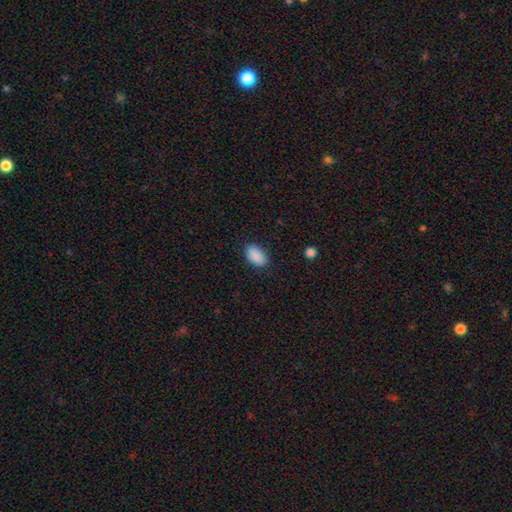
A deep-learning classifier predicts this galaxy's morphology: Smooth or featured: smooth — 90% (star or artifact — 7%)
How rounded: in between — 92% (round — 7%)
Merging: none — 85% (minor disturbance — 11%)